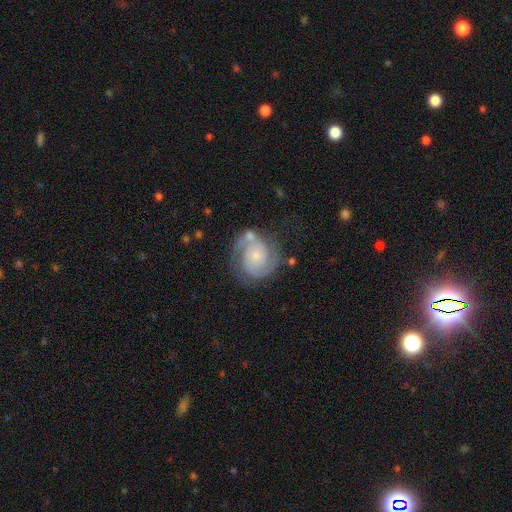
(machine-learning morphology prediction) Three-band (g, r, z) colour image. It shows a featured or disk galaxy (84%) with no bar (73%), 2 (86%) tight (53%) spiral arms (97%) and a small central bulge (65%). Merging: none (66%).